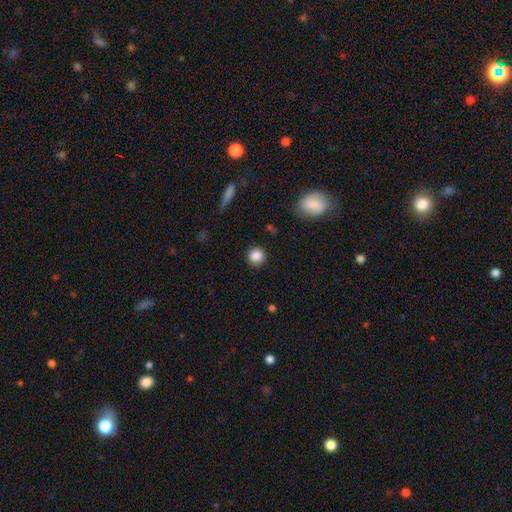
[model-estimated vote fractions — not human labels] Smooth or featured?
  - smooth: 86% *
  - star or artifact: 10%
  - featured or disk: 4%
How rounded?
  - round: 92% *
  - in between: 7%
  - cigar-shaped: 1%
Merging?
  - none: 90% *
  - minor disturbance: 7%
  - major disturbance: 2%
  - merger: 1%